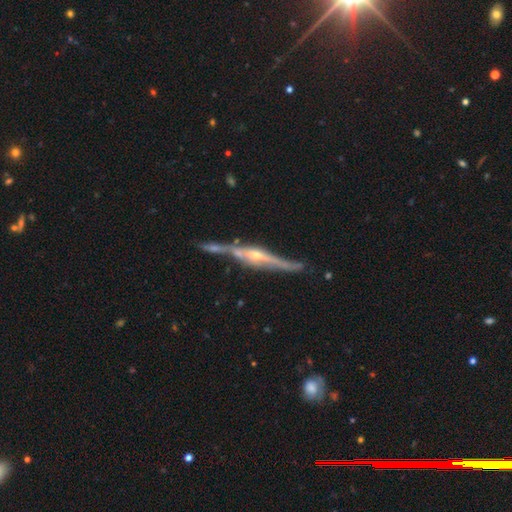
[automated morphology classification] Q: Smooth or featured?
A: featured or disk (86%); runner-up: smooth (8%)
Q: Edge-on disk?
A: yes (95%); runner-up: no (5%)
Q: Edge-on bulge?
A: rounded (78%); runner-up: boxy (13%)
Q: Merging?
A: none (66%); runner-up: minor disturbance (16%)